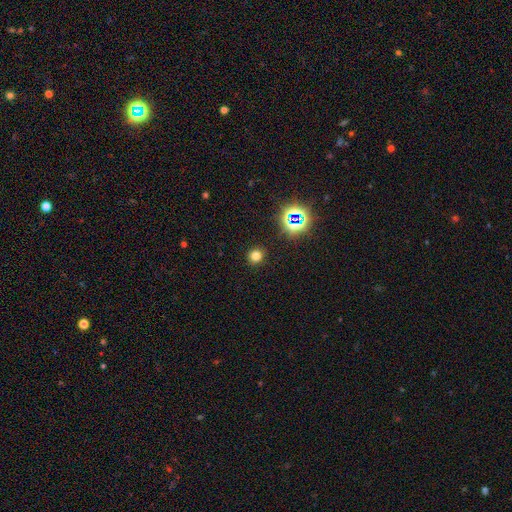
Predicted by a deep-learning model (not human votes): Smooth or featured? Predicted: smooth (p=0.71). How rounded? Predicted: round (p=0.90). Merging? Predicted: none (p=0.90).